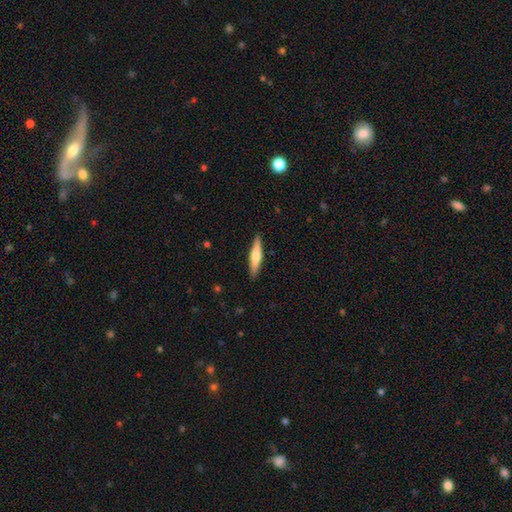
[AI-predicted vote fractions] featured or disk 48%, smooth 47%, star or artifact 5%. Down the decision tree: merging — none (90%).